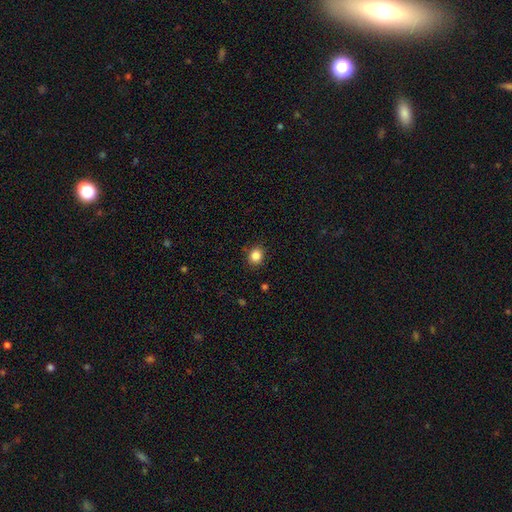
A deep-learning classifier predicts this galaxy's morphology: This appears to be a smooth galaxy with no disk features (86%) that is round (69%). Merging: none (88%).